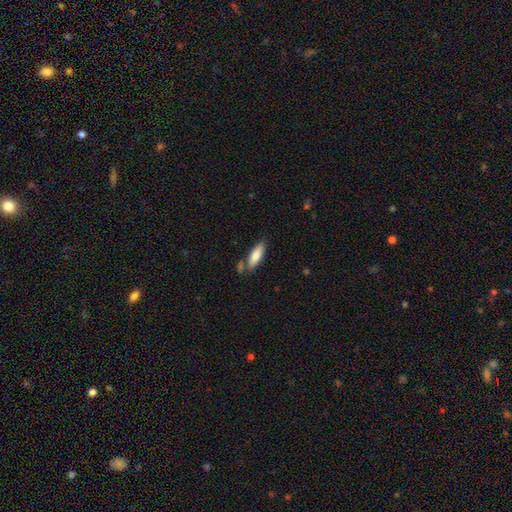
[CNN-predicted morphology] type=smooth (78%); roundness=in between (53%); merging=none (69%).